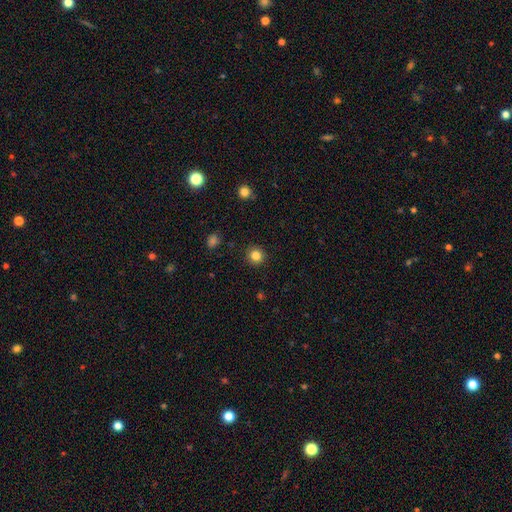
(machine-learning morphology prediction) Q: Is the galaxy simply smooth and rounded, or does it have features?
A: smooth — 83%.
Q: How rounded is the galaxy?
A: round — 92%.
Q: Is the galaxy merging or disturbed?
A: none — 92%.